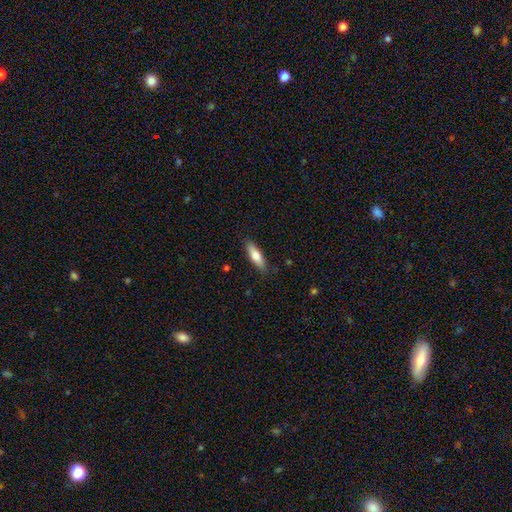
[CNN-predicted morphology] Smooth or featured: smooth — 70% (featured or disk — 24%)
How rounded: cigar-shaped — 57% (in between — 41%)
Merging: none — 86% (minor disturbance — 11%)